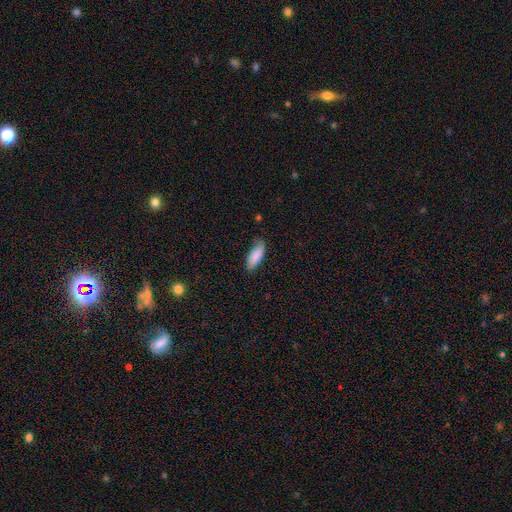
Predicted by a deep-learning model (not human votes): Smooth or featured?
  - smooth: 87% *
  - featured or disk: 7%
  - star or artifact: 6%
How rounded?
  - in between: 74% *
  - cigar-shaped: 24%
  - round: 2%
Merging?
  - none: 76% *
  - minor disturbance: 19%
  - major disturbance: 3%
  - merger: 1%